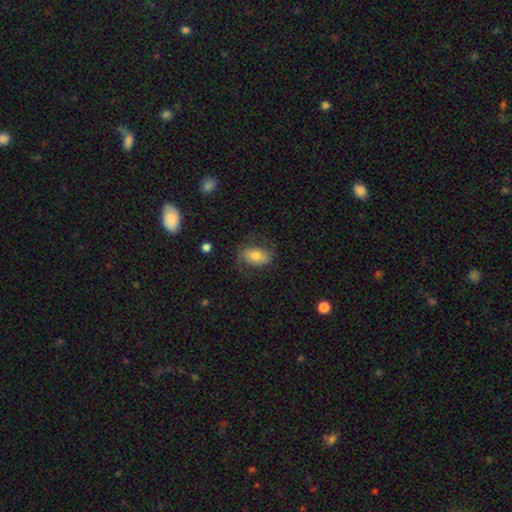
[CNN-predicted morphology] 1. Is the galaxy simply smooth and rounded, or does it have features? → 56% smooth, 36% featured or disk, 8% star or artifact.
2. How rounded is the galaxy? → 84% in between, 15% round, 2% cigar-shaped.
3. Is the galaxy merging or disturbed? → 63% none, 21% minor disturbance, 15% major disturbance, 1% merger.